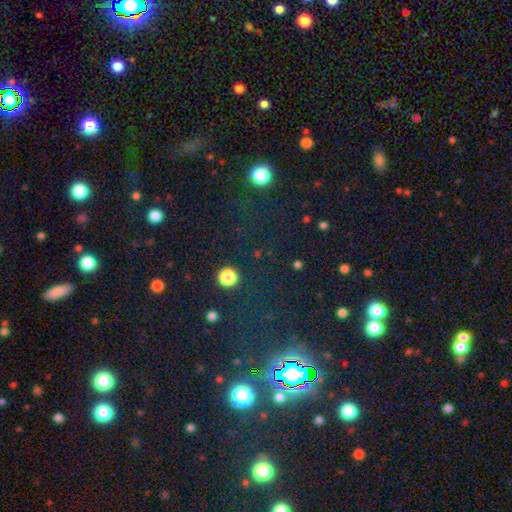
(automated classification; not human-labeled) Smooth or featured: star or artifact — 74% (smooth — 19%)